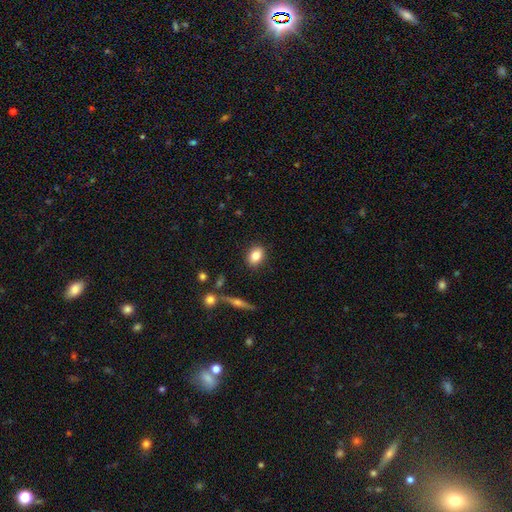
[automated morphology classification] smooth-or-featured: smooth: 81% | featured or disk: 10% | star or artifact: 8%
  how-rounded: in between: 67% | round: 31% | cigar-shaped: 2%
  merging: none: 87% | minor disturbance: 9% | major disturbance: 2% | merger: 2%